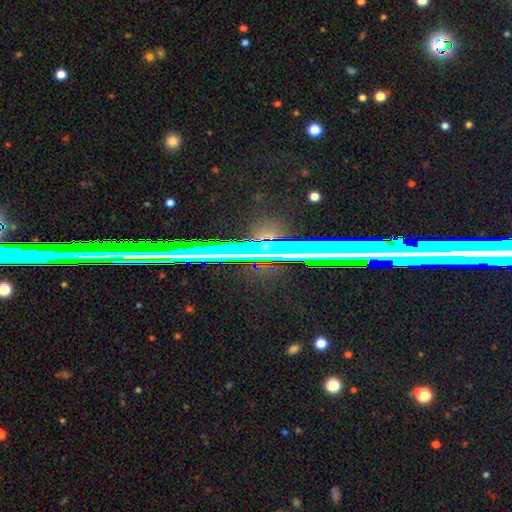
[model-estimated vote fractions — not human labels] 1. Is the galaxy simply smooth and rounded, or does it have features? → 70% star or artifact, 20% featured or disk, 10% smooth.